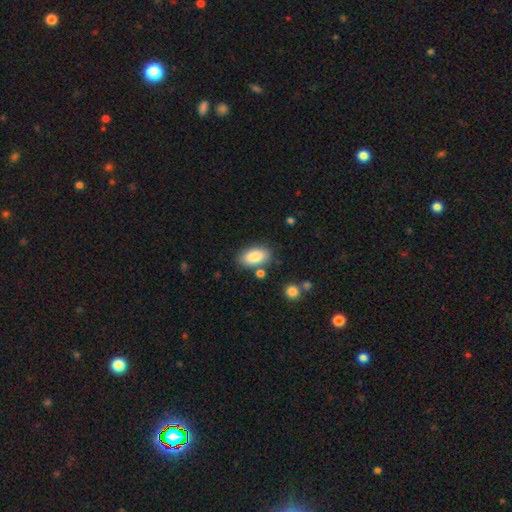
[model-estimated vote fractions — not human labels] The model was most divided on "merging": none: 78%, minor disturbance: 12%, merger: 6%, major disturbance: 3%. More confident: how rounded — in between (93%); smooth or featured — smooth (86%).